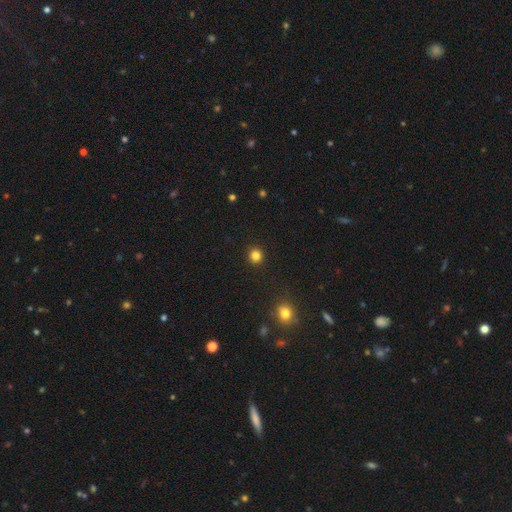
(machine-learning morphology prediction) type=smooth (83%); roundness=round (92%); merging=none (92%).